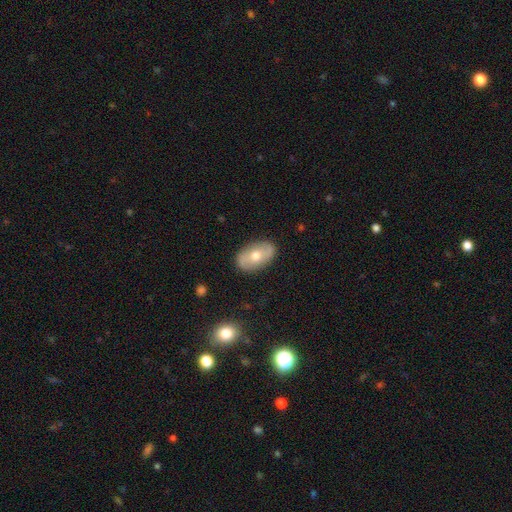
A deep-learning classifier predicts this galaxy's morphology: This is possibly a smooth galaxy (48%). Merging: clearly none (85%).